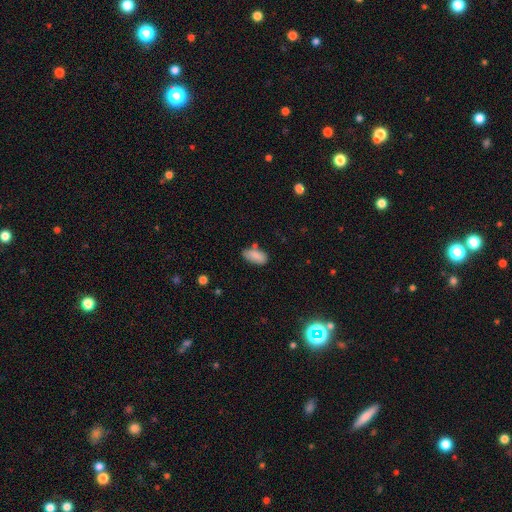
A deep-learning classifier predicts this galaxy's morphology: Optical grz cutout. It shows a smooth galaxy with no disk features (85%) that is in between round and cigar-shaped (92%). Merging: none (65%).